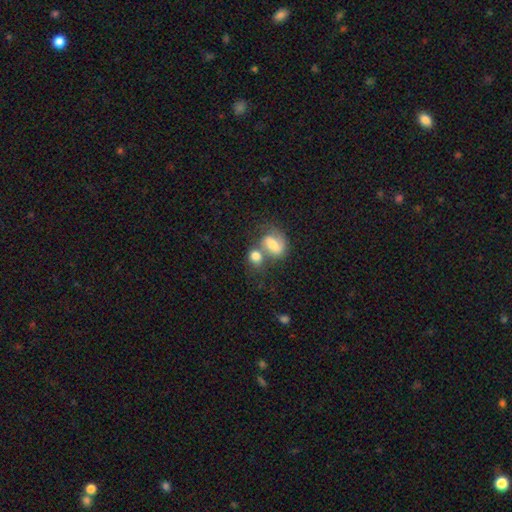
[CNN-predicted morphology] Smooth or featured? Predicted: smooth (p=0.60). How rounded? Predicted: round (p=0.52). Merging? Predicted: merger (p=0.53).